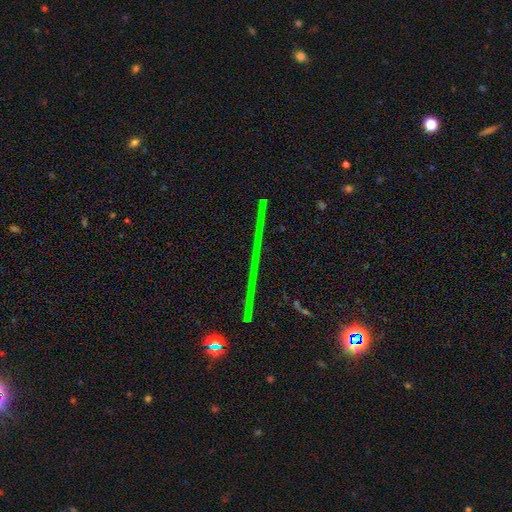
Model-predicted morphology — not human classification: Smooth or featured? star or artifact (71%)